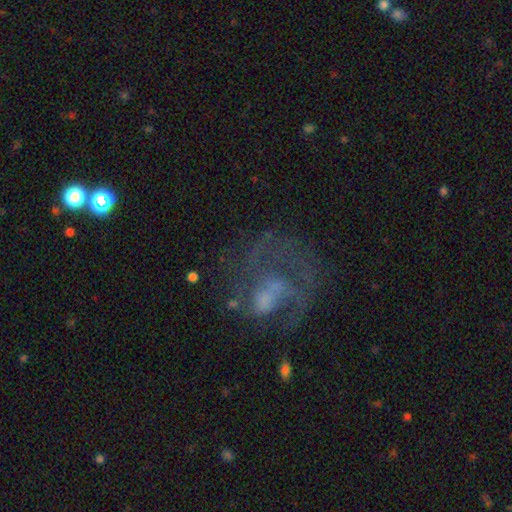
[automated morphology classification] A featured or disk galaxy (65%) with no bar (60%), spiral arms (66%) and no central bulge (38%). Merging: none (46%).